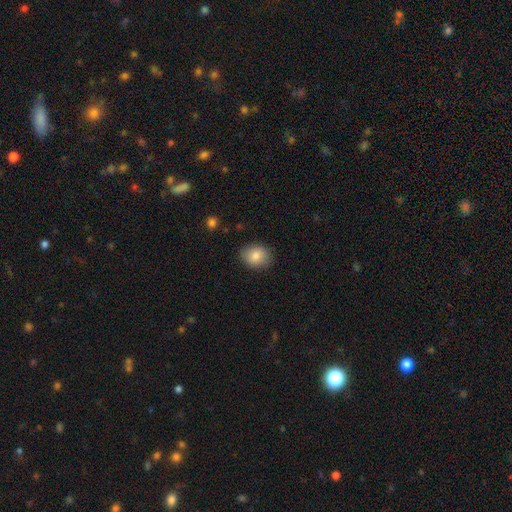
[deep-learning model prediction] A smooth galaxy with no disk features (83%) that is in between round and cigar-shaped (55%). Merging: none (85%).